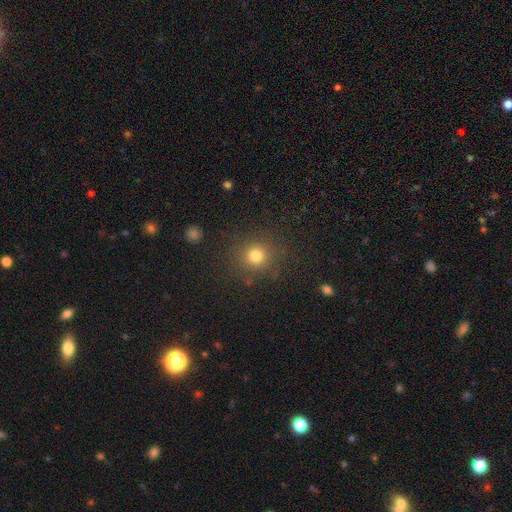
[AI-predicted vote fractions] This appears to be a smooth galaxy with no disk features (77%) that is round (91%). Merging: none (86%).